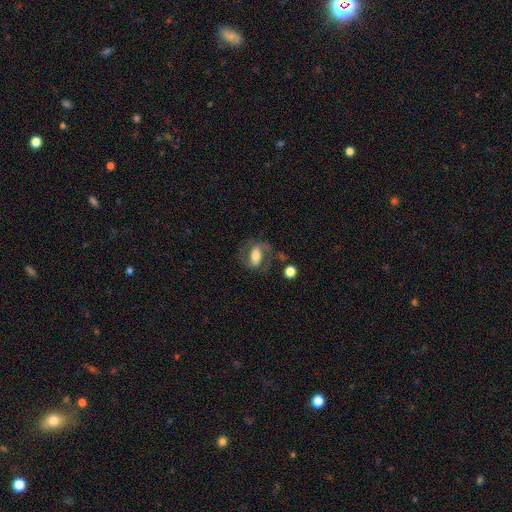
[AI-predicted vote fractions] This appears to be a featured or disk galaxy (54%) with a weak bar (35%, tied with strong), spiral arms (81%) and a moderate central bulge (45%). Merging: none (56%).